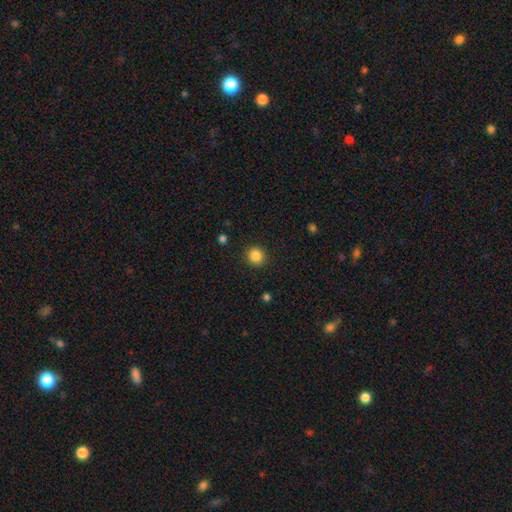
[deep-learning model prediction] The model was most divided on "smooth or featured": smooth: 86%, star or artifact: 10%, featured or disk: 4%. More confident: merging — none (91%); how rounded — round (88%).